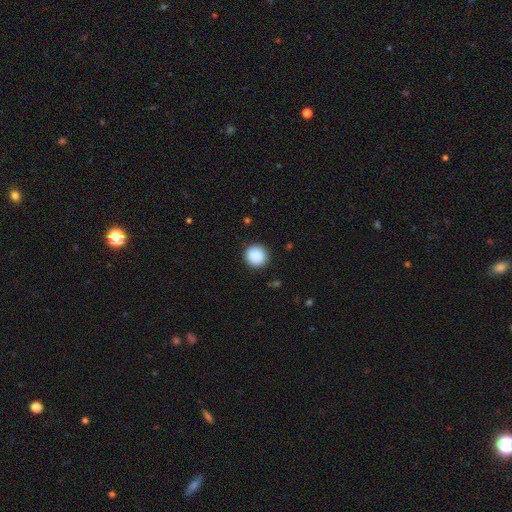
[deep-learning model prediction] This is clearly a smooth galaxy (89%). How rounded: clearly round (94%). Merging: clearly none (91%).